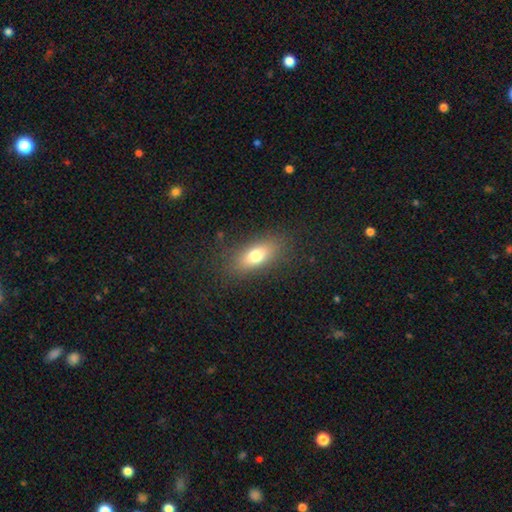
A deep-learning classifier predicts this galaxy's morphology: This appears to be a smooth galaxy with no disk features (73%) that is in between round and cigar-shaped (77%). Merging: none (83%).